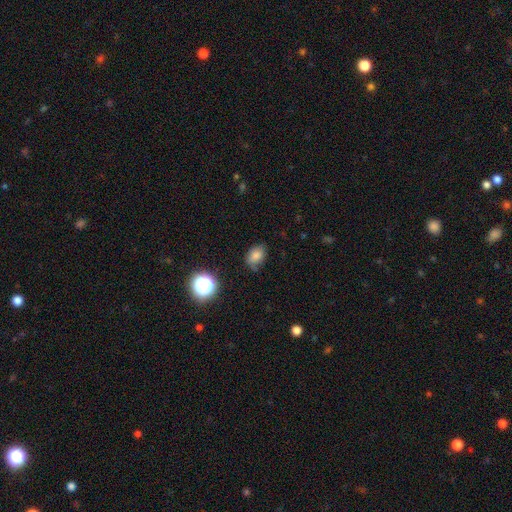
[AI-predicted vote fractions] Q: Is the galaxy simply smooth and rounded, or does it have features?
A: smooth — 80%.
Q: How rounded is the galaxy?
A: in between — 73%.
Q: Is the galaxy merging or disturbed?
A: none — 70%.